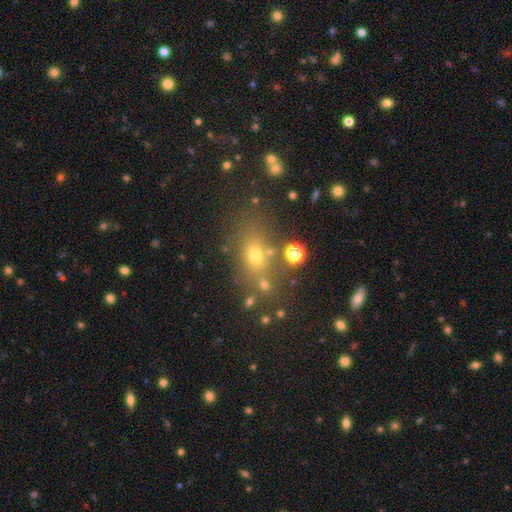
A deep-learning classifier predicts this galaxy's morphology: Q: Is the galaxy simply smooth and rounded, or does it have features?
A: smooth — 62%.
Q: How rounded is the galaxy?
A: in between — 64%.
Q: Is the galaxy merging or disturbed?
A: none — 70%.